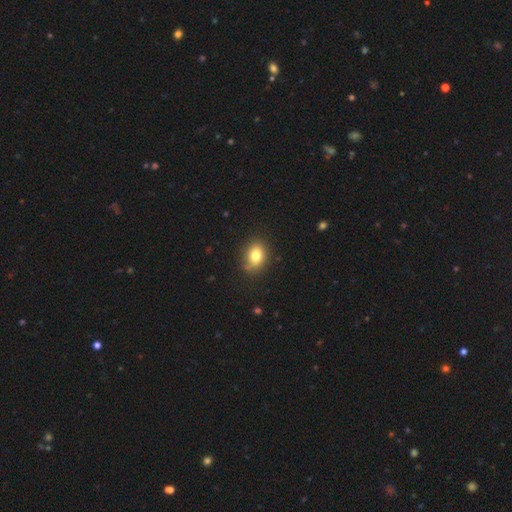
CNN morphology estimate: Q: Smooth or featured?
A: smooth (80%); runner-up: featured or disk (11%)
Q: How rounded?
A: in between (66%); runner-up: round (33%)
Q: Merging?
A: none (80%); runner-up: minor disturbance (14%)